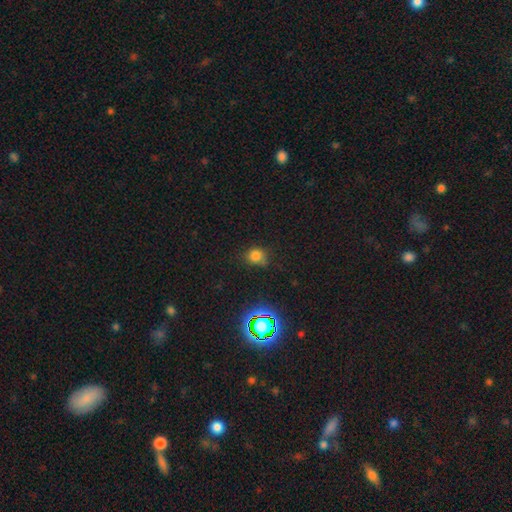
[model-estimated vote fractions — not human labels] Smooth or featured? Predicted: smooth (p=0.73). How rounded? Predicted: round (p=0.74). Merging? Predicted: none (p=0.68).